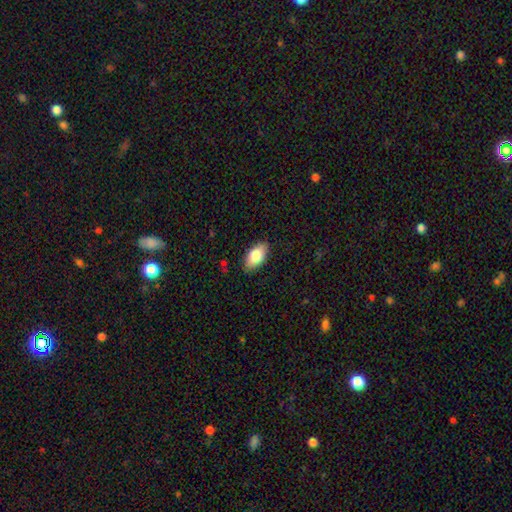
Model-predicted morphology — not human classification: type=smooth (81%); roundness=in between (93%); merging=none (86%).